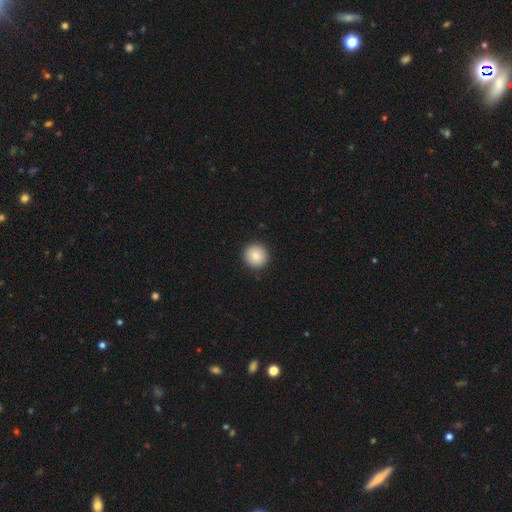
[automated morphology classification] This appears to be a smooth galaxy with no disk features (87%) that is round (94%). Merging: none (92%).